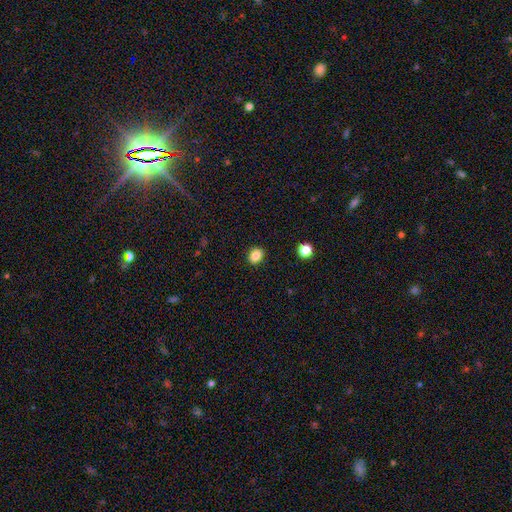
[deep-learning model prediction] Q: Smooth or featured?
A: smooth (86%); runner-up: star or artifact (10%)
Q: How rounded?
A: round (53%); runner-up: in between (46%)
Q: Merging?
A: none (90%); runner-up: minor disturbance (7%)